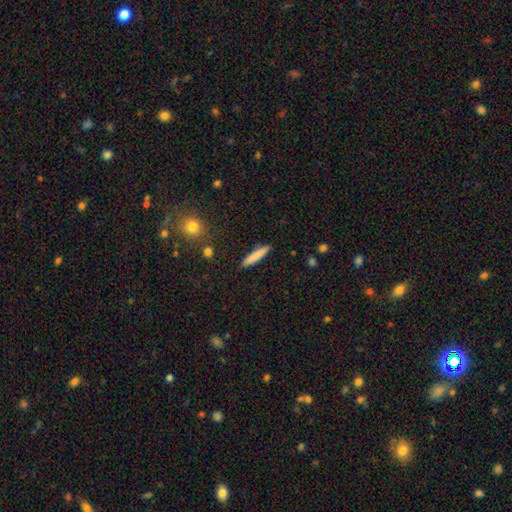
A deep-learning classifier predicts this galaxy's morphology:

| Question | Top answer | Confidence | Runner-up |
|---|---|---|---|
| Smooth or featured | smooth | 81% | featured or disk (12%) |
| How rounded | cigar-shaped | 91% | in between (8%) |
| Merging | none | 90% | minor disturbance (7%) |